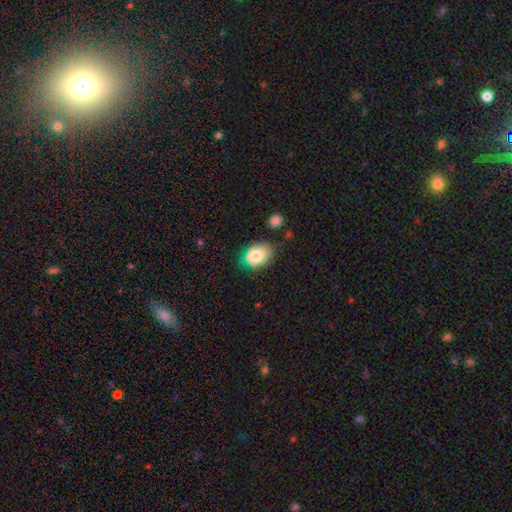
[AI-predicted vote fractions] Smooth or featured? smooth (78%)
How rounded? in between (72%)
Merging? none (68%)